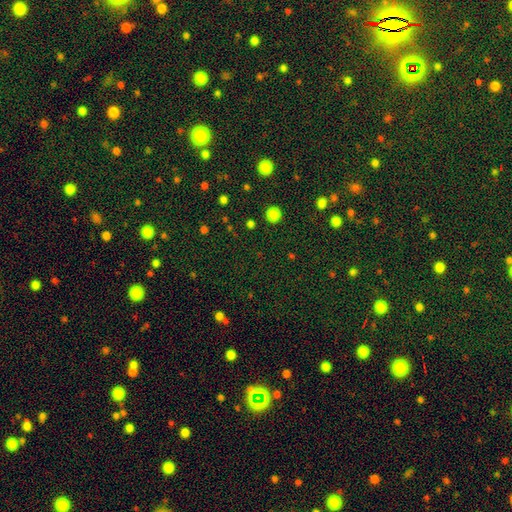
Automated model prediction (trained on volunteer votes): This appears to be a star or artifact, not a galaxy (74%).